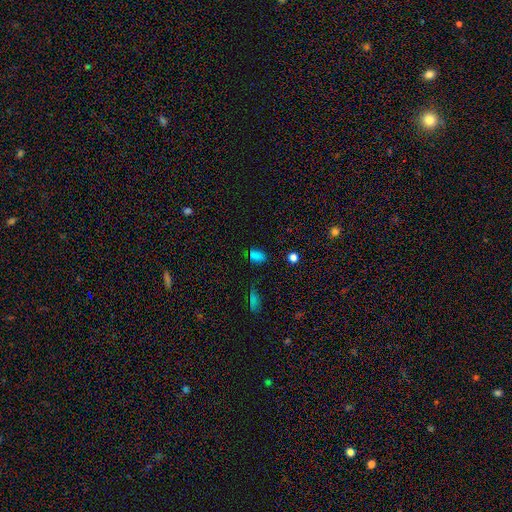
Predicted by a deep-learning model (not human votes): Smooth or featured? smooth (67%)
How rounded? in between (81%)
Merging? none (70%)